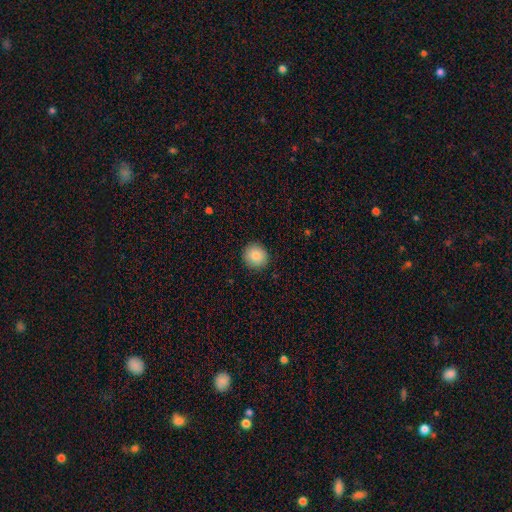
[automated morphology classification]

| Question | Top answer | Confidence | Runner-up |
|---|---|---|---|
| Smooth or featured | smooth | 86% | star or artifact (8%) |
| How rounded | round | 91% | in between (8%) |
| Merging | none | 91% | minor disturbance (6%) |